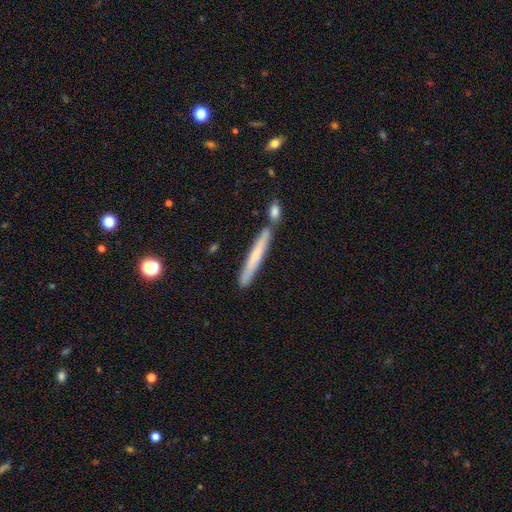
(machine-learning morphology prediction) Smooth or featured? smooth (55%)
How rounded? cigar-shaped (96%)
Merging? none (76%)